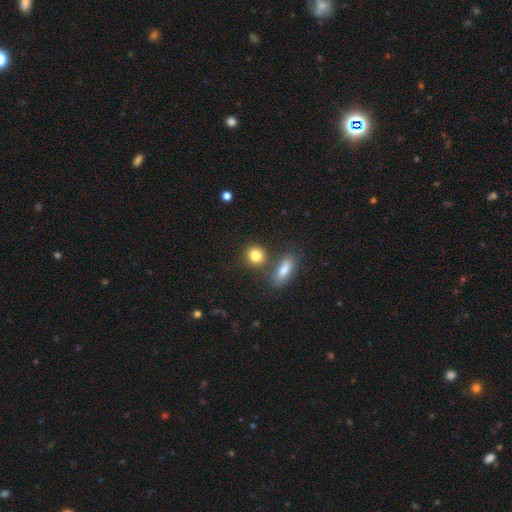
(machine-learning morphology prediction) This appears to be a smooth galaxy with no disk features (83%) that is round (75%). Merging: none (68%).